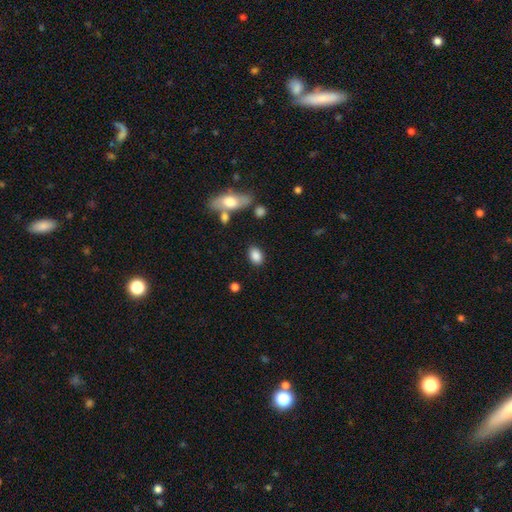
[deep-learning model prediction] This appears to be a smooth galaxy with no disk features (86%) that is in between round and cigar-shaped (83%). Merging: none (82%).